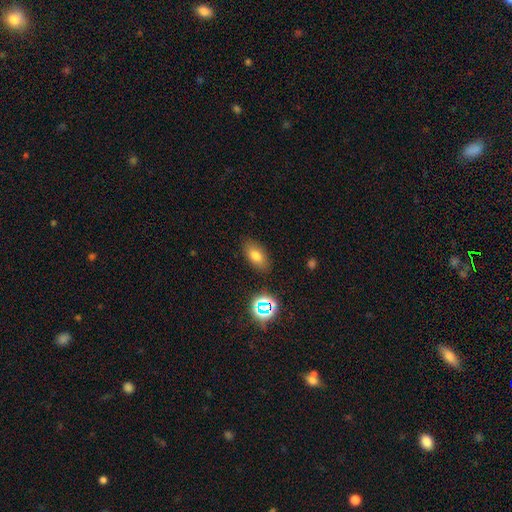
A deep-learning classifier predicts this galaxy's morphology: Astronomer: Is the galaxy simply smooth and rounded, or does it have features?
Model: smooth — 74%.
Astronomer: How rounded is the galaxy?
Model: in between — 87%.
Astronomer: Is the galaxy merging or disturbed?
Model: none — 84%.